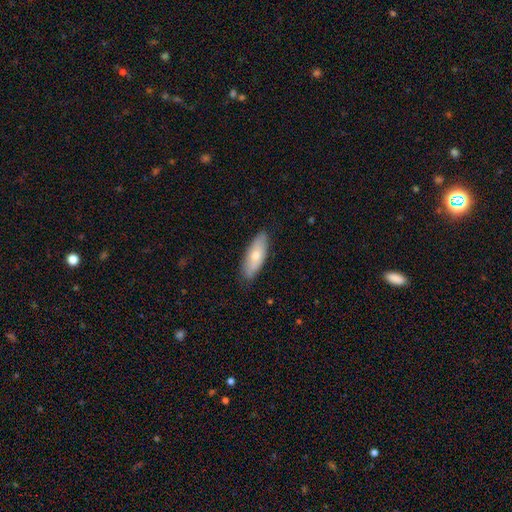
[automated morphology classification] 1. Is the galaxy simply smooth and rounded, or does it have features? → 69% smooth, 25% featured or disk, 6% star or artifact.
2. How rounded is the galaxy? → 67% in between, 30% cigar-shaped, 2% round.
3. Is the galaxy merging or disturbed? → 84% none, 13% minor disturbance, 2% major disturbance, 1% merger.